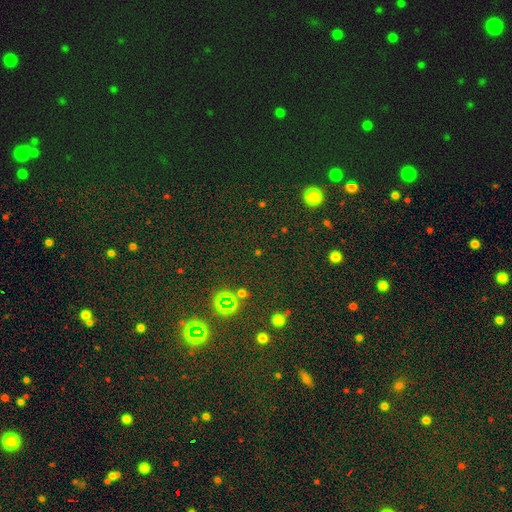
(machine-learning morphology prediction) Smooth or featured? star or artifact (69%)